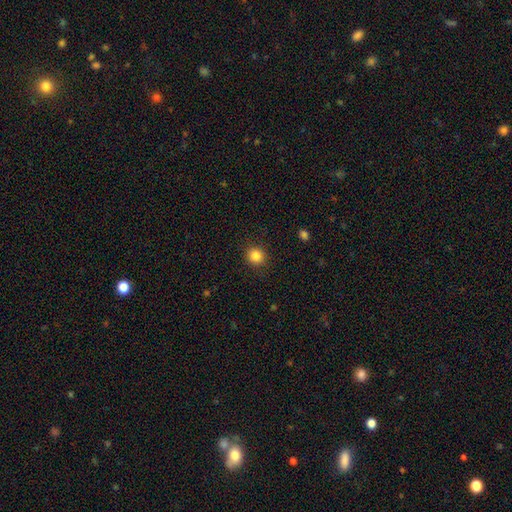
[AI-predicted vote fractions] A smooth galaxy with no disk features (85%) that is round (90%). Merging: none (90%).